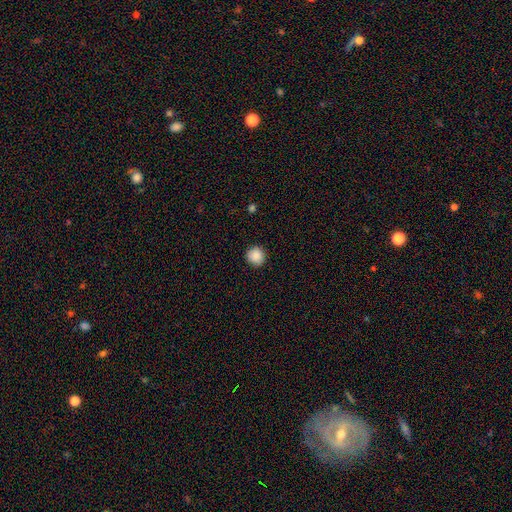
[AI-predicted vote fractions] The model was most divided on "smooth or featured": smooth: 88%, star or artifact: 9%, featured or disk: 3%. More confident: how rounded — round (93%); merging — none (90%).